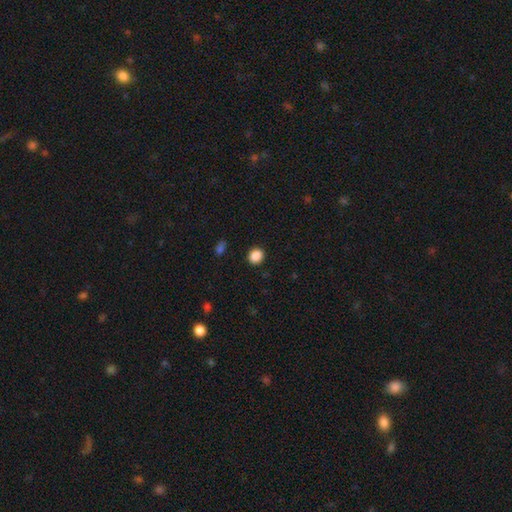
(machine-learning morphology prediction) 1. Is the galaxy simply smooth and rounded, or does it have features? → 88% smooth, 9% star or artifact, 3% featured or disk.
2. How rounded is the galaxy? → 77% round, 22% in between, 1% cigar-shaped.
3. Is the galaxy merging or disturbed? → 91% none, 6% minor disturbance, 2% major disturbance, 1% merger.